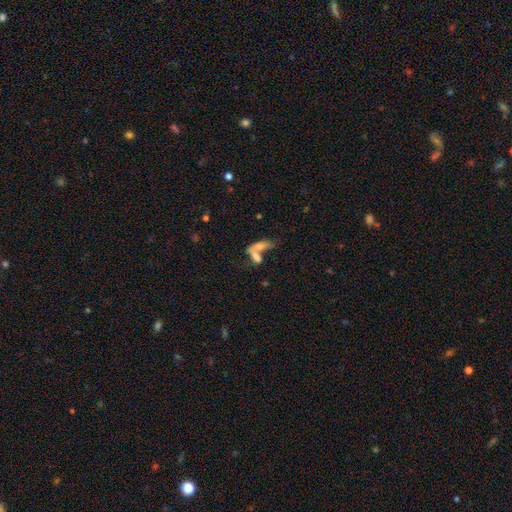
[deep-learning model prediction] smooth-or-featured: smooth: 62% | featured or disk: 26% | star or artifact: 12%
  how-rounded: in between: 68% | cigar-shaped: 24% | round: 8%
  merging: merger: 65% | none: 19% | major disturbance: 8% | minor disturbance: 7%